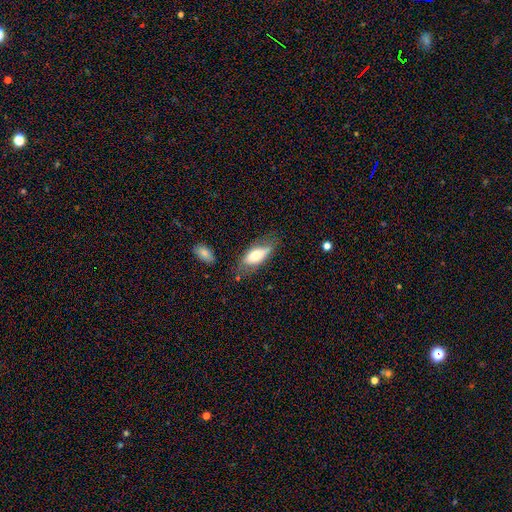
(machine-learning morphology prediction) Smooth or featured: smooth — 62% (featured or disk — 31%)
How rounded: in between — 81% (cigar-shaped — 16%)
Merging: none — 61% (minor disturbance — 25%)